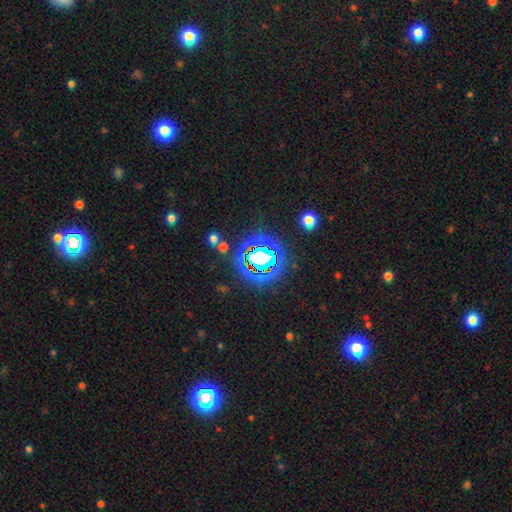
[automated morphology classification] Smooth or featured: star or artifact — 74% (smooth — 15%)